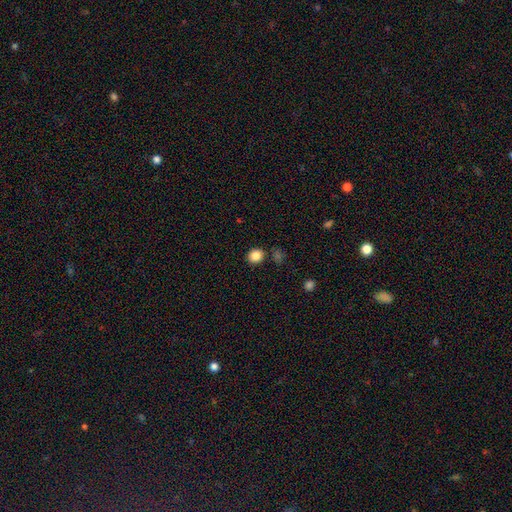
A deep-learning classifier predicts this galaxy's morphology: smooth_or_featured: smooth (p=0.85) [alt: star or artifact p=0.10]
how_rounded: round (p=0.79) [alt: in between p=0.20]
merging: none (p=0.85) [alt: minor disturbance p=0.08]